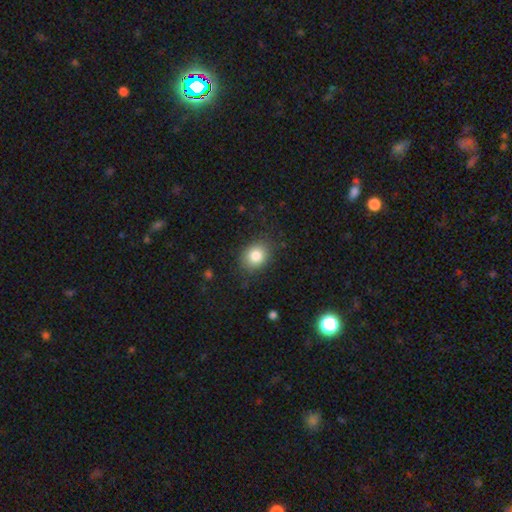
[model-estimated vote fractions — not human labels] This is clearly a smooth galaxy (83%). How rounded: likely round (61%). Merging: clearly none (84%).